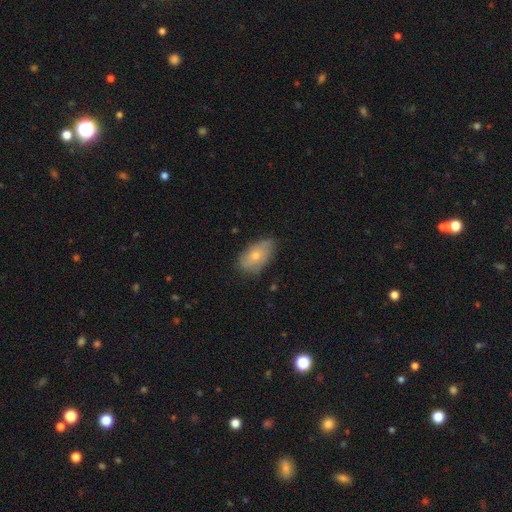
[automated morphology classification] Overall: smooth (65%; featured or disk 29%). How rounded: in between (92%). Merging: none (69%).